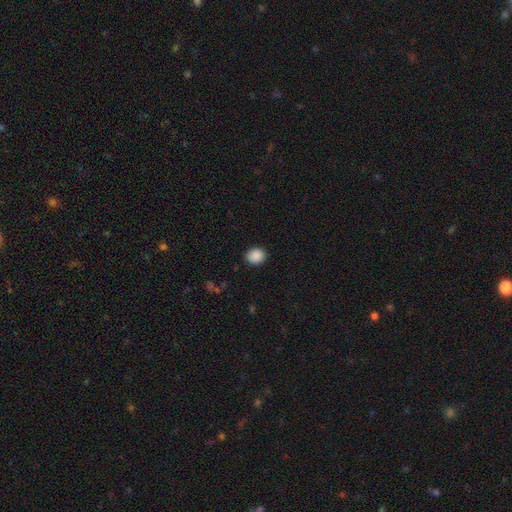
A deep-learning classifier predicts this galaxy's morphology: Smooth or featured? Predicted: smooth (p=0.89). How rounded? Predicted: round (p=0.69). Merging? Predicted: none (p=0.89).